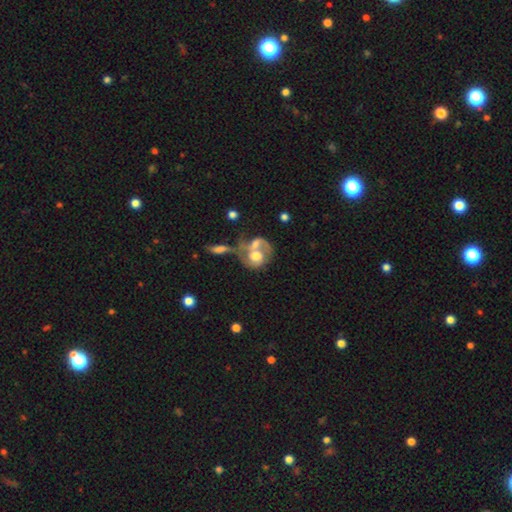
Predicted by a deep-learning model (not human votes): featured or disk 57%, smooth 36%, star or artifact 7%. Down the decision tree: edge-on disk — no (96%); bar — no (75%); spiral arms — yes (65%); bulge size — moderate (52%); merging — merger (65%).